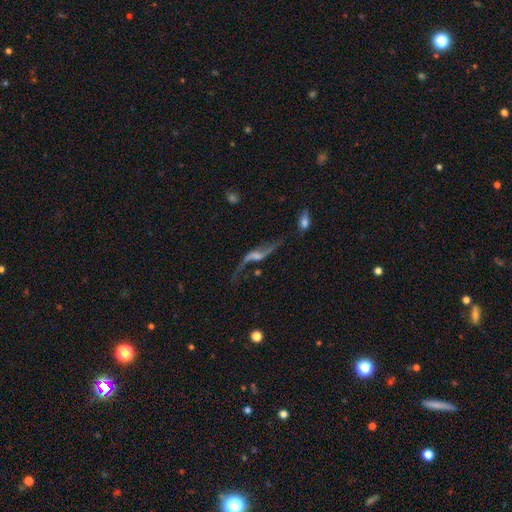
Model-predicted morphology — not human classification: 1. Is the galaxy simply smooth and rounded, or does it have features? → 81% featured or disk, 10% smooth, 10% star or artifact.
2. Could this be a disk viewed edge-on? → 82% no, 18% yes.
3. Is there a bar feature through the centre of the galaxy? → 40% weak (tied), 40% no (tied), 20% strong.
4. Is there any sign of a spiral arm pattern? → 90% yes, 10% no.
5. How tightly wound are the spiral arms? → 94% loose, 4% medium, 2% tight.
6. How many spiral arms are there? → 89% 2, 6% 1, 2% can't tell, 1% 3, 1% 4, 1% more than 4.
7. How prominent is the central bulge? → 38% small, 29% none, 25% moderate, 6% large, 2% dominant.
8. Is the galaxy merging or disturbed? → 52% none, 22% major disturbance, 17% minor disturbance, 9% merger.